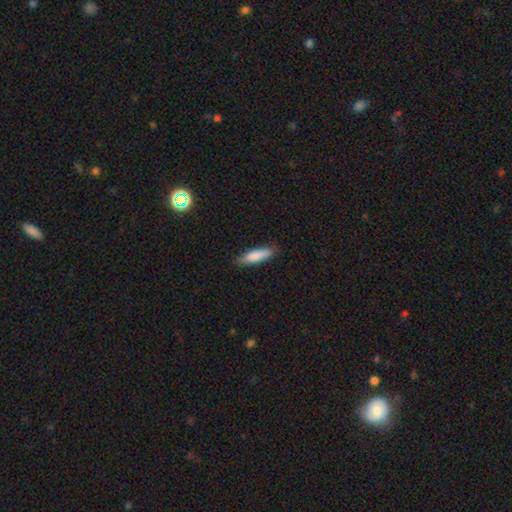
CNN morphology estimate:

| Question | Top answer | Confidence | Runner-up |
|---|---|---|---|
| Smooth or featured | smooth | 85% | featured or disk (9%) |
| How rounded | cigar-shaped | 62% | in between (36%) |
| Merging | none | 84% | minor disturbance (13%) |